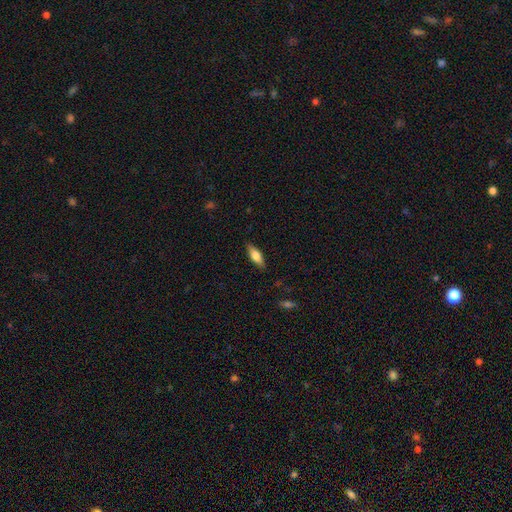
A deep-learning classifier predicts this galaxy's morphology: Smooth or featured: smooth — 67% (featured or disk — 27%)
How rounded: in between — 61% (cigar-shaped — 37%)
Merging: none — 86% (minor disturbance — 11%)